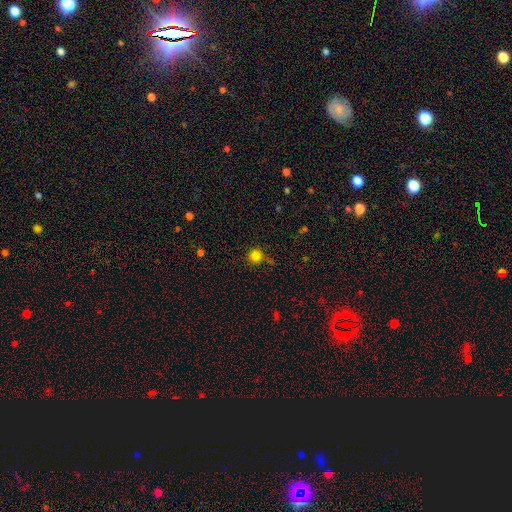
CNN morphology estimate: Smooth or featured? Predicted: smooth (p=0.81). How rounded? Predicted: round (p=0.94). Merging? Predicted: none (p=0.76).